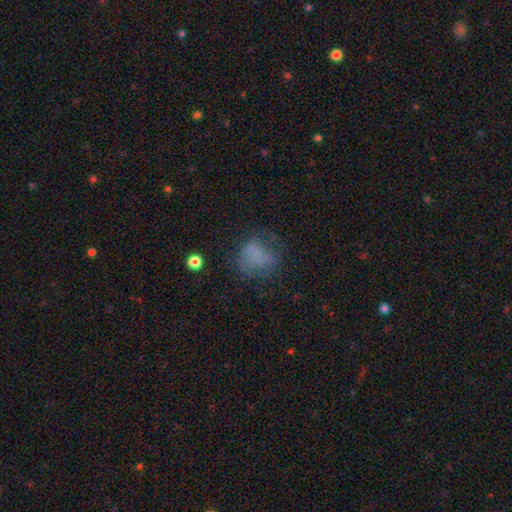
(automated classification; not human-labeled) Smooth or featured?
  - smooth: 59% *
  - featured or disk: 26%
  - star or artifact: 15%
How rounded?
  - round: 60% *
  - in between: 38%
  - cigar-shaped: 1%
Merging?
  - none: 51% *
  - minor disturbance: 23%
  - major disturbance: 23%
  - merger: 2%